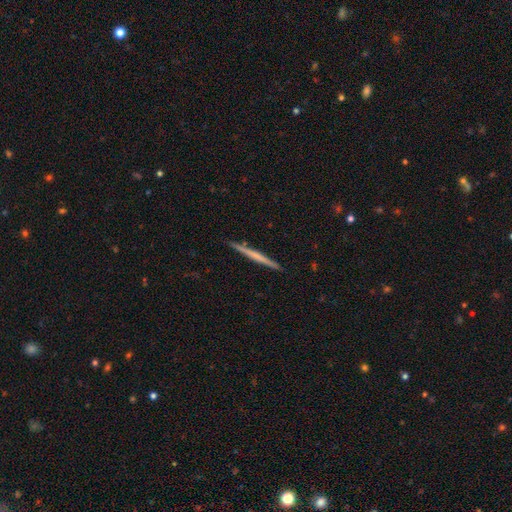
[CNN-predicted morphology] type=featured or disk (54%); edge-on=yes (98%); edge-on bulge=none (80%); merging=none (91%).